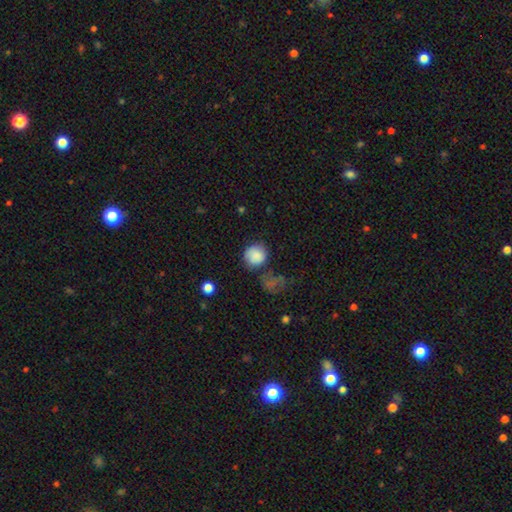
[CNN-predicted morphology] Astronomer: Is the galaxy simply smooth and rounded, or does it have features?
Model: smooth — 85%.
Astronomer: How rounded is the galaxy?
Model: round — 87%.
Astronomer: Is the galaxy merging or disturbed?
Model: none — 65%.